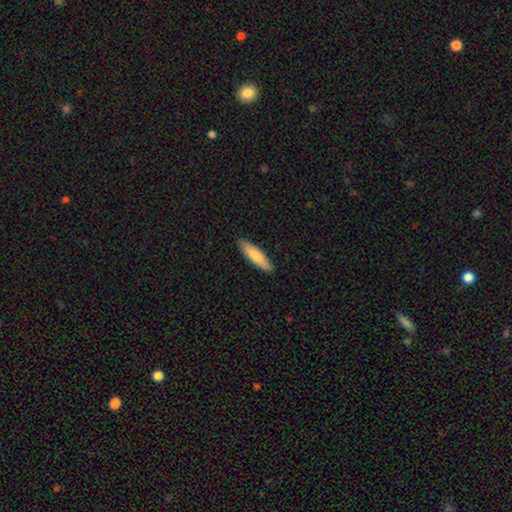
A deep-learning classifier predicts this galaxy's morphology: Overall: smooth (80%). How rounded: cigar-shaped (72%). Merging: none (90%).